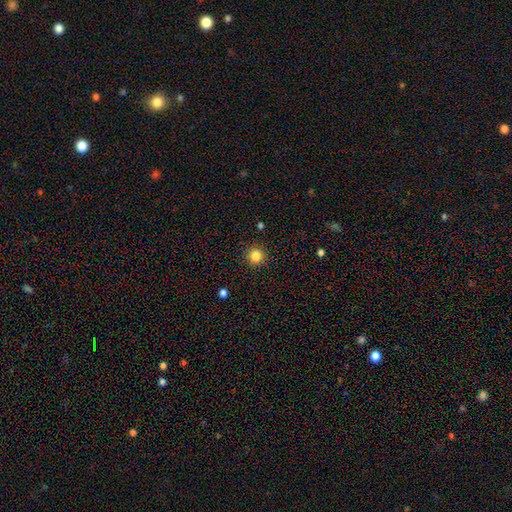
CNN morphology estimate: smooth_or_featured: smooth (p=0.83) [alt: star or artifact p=0.12]
how_rounded: round (p=0.95) [alt: in between p=0.04]
merging: none (p=0.91) [alt: minor disturbance p=0.06]